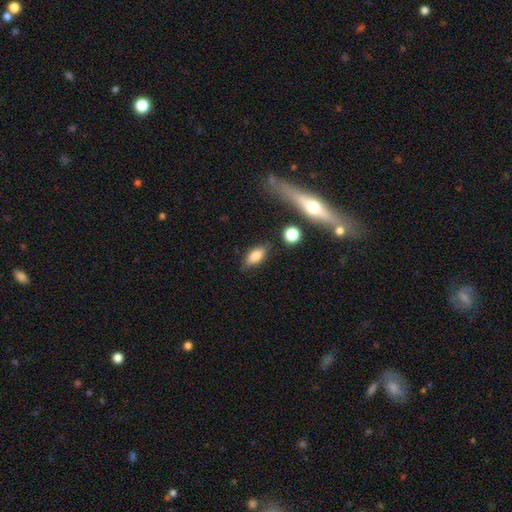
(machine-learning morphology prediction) smooth_or_featured: smooth (p=0.79) [alt: featured or disk p=0.13]
how_rounded: in between (p=0.82) [alt: cigar-shaped p=0.13]
merging: none (p=0.78) [alt: minor disturbance p=0.15]